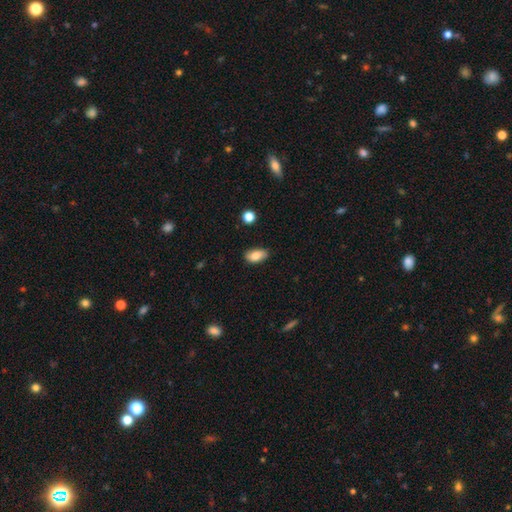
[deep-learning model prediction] Smooth or featured?
  - smooth: 84% *
  - featured or disk: 8%
  - star or artifact: 8%
How rounded?
  - in between: 91% *
  - round: 5%
  - cigar-shaped: 4%
Merging?
  - none: 80% *
  - minor disturbance: 16%
  - major disturbance: 3%
  - merger: 1%